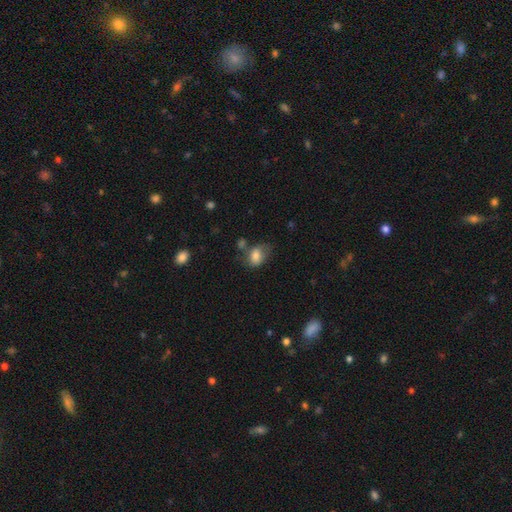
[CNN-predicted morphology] This appears to be a smooth galaxy with no disk features (76%) that is in between round and cigar-shaped (75%). Merging: none (47%).